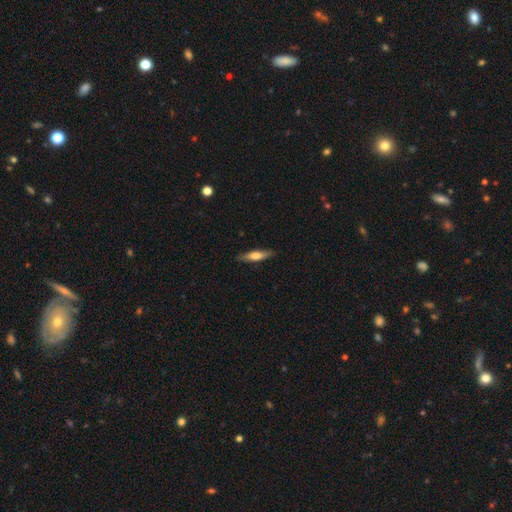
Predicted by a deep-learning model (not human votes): Q: Smooth or featured?
A: smooth (62%); runner-up: featured or disk (32%)
Q: How rounded?
A: cigar-shaped (73%); runner-up: in between (26%)
Q: Merging?
A: none (86%); runner-up: minor disturbance (11%)